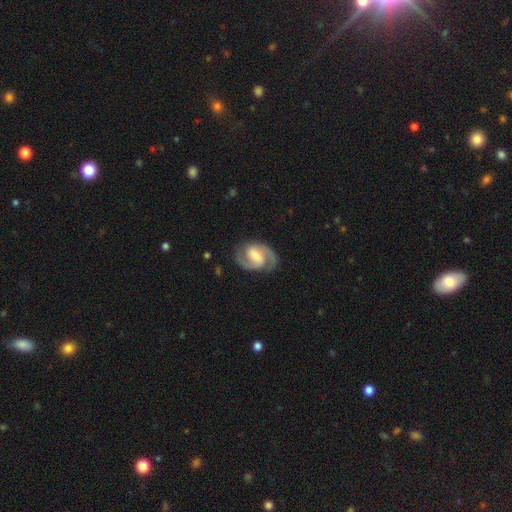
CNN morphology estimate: This is clearly a featured or disk galaxy (88%). It is clearly not viewed edge-on (98%). Bar: possibly weak (47%). Spiral arm pattern: clearly yes (97%). Spiral arm count: clearly 2 (93%). Spiral winding: possibly medium (57%). Central bulge: marginally moderate (39%). Merging: clearly none (82%).